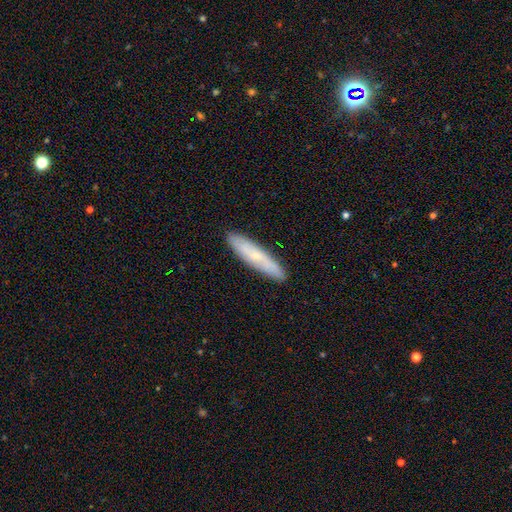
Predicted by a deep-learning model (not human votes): Q: Smooth or featured?
A: smooth (50%); runner-up: featured or disk (43%)
Q: Merging?
A: none (89%); runner-up: minor disturbance (8%)